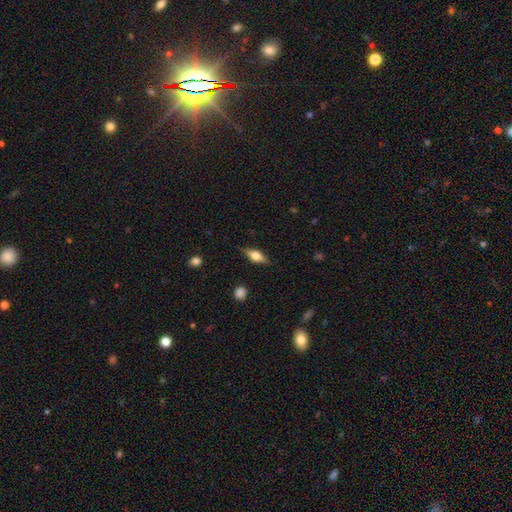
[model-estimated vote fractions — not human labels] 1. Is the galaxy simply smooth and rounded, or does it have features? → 48% smooth, 45% featured or disk, 8% star or artifact.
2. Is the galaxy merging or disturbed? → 83% none, 13% minor disturbance, 3% major disturbance, 1% merger.